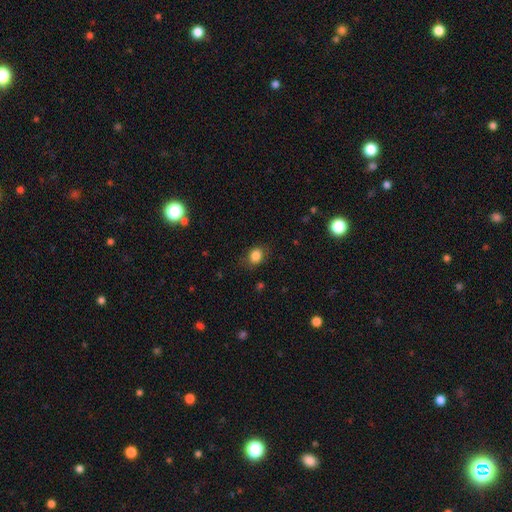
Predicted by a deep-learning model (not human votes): Smooth or featured? Predicted: smooth (p=0.84). How rounded? Predicted: round (p=0.51). Merging? Predicted: none (p=0.76).